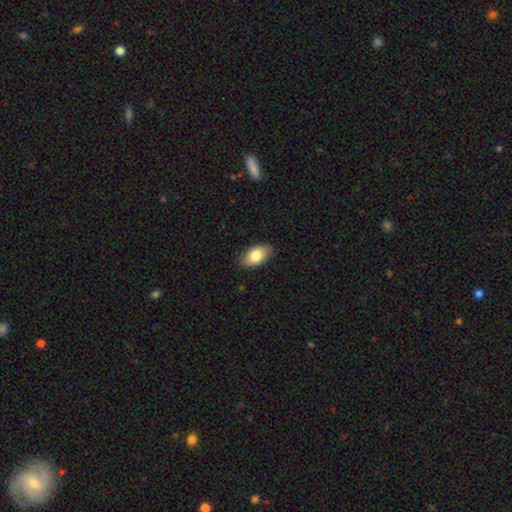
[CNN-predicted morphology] This appears to be a smooth galaxy with no disk features (82%) that is in between round and cigar-shaped (94%). Merging: none (87%).